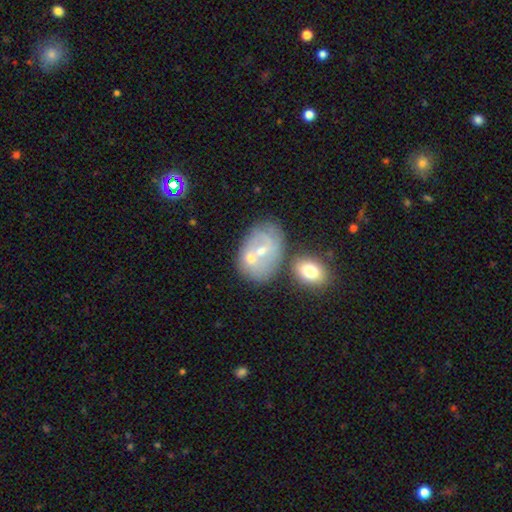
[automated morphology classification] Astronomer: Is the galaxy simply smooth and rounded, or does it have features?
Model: featured or disk — 56% (runner-up: smooth, 34%).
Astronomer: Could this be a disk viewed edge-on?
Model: no — 95%.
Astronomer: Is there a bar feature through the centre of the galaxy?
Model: no — 57% (runner-up: weak, 32%).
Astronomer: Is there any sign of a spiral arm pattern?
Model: no — 53% (runner-up: yes, 47%).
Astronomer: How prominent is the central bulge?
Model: small — 53% (runner-up: moderate, 41%).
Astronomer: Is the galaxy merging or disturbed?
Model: merger — 39%, tied with none at 39%.